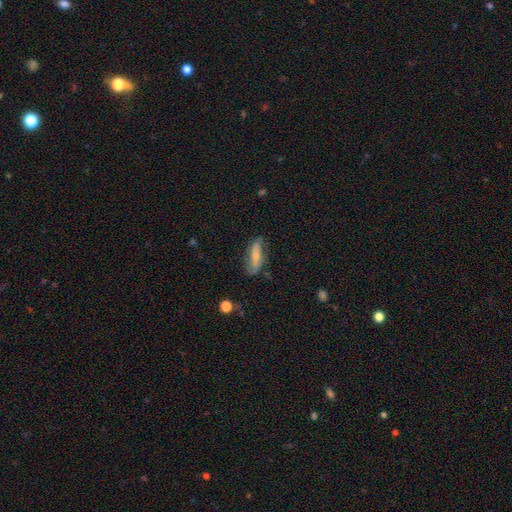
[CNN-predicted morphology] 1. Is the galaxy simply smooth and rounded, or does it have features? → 48% featured or disk, 45% smooth, 7% star or artifact.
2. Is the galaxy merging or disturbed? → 68% none, 23% minor disturbance, 7% major disturbance, 2% merger.